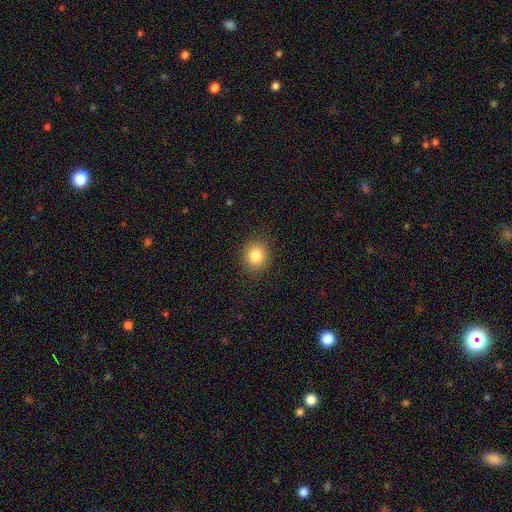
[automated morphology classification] Overall: smooth (84%). How rounded: round (74%). Merging: none (89%).